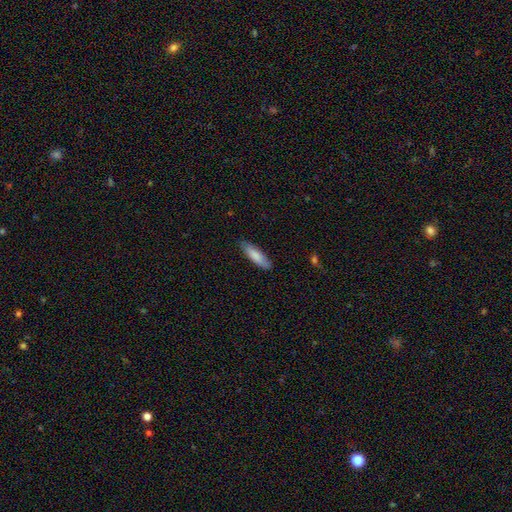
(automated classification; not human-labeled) smooth-or-featured: smooth: 83% | featured or disk: 12% | star or artifact: 5%
  how-rounded: cigar-shaped: 62% | in between: 37% | round: 1%
  merging: none: 85% | minor disturbance: 12% | major disturbance: 2% | merger: 1%